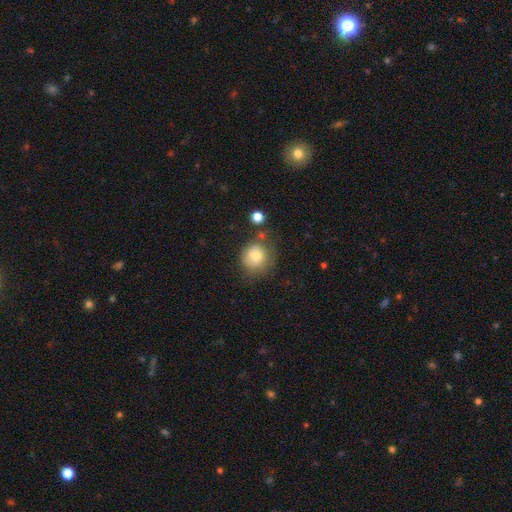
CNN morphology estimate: Smooth or featured: smooth — 79% (featured or disk — 11%)
How rounded: round — 84% (in between — 15%)
Merging: none — 63% (minor disturbance — 22%)